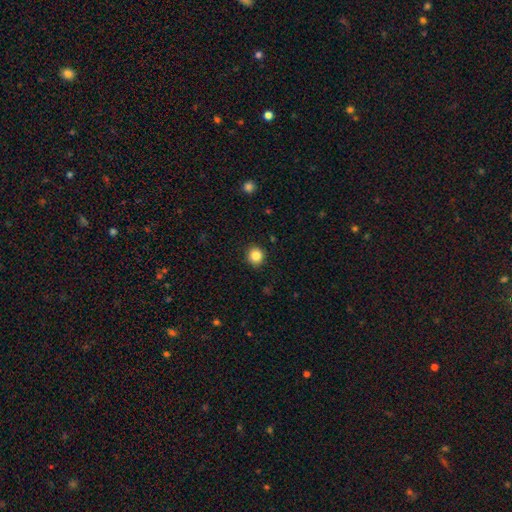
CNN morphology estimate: Overall: smooth (85%). How rounded: round (91%). Merging: none (92%).